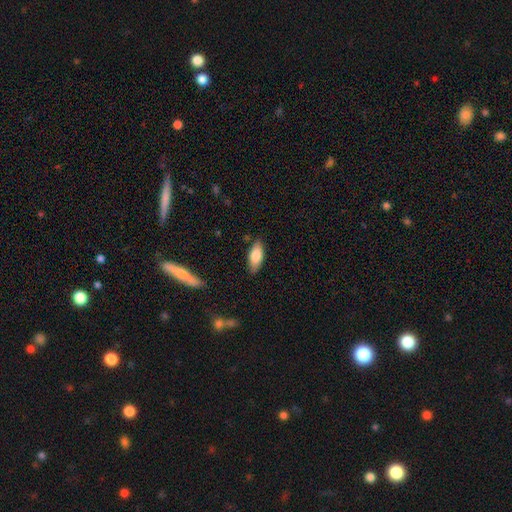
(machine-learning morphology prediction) smooth_or_featured: smooth (p=0.82) [alt: featured or disk p=0.12]
how_rounded: in between (p=0.83) [alt: cigar-shaped p=0.15]
merging: none (p=0.82) [alt: minor disturbance p=0.14]